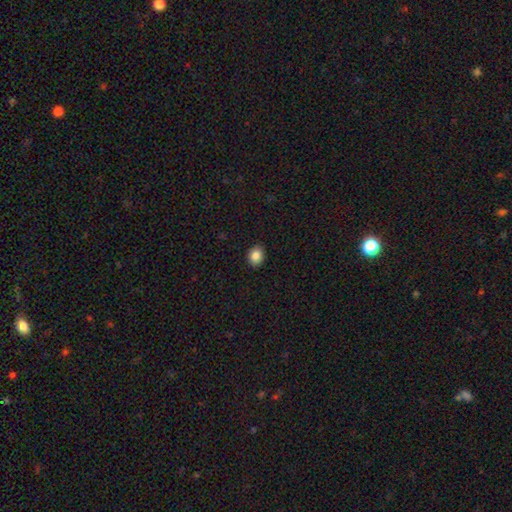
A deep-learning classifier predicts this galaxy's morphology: Smooth or featured: smooth — 85% (star or artifact — 9%)
How rounded: round — 52% (in between — 47%)
Merging: none — 90% (minor disturbance — 7%)